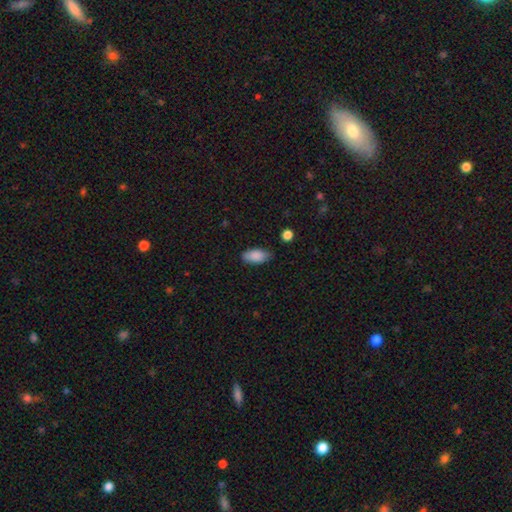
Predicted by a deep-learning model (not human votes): Smooth or featured: smooth — 87% (star or artifact — 7%)
How rounded: in between — 90% (cigar-shaped — 7%)
Merging: none — 79% (minor disturbance — 16%)